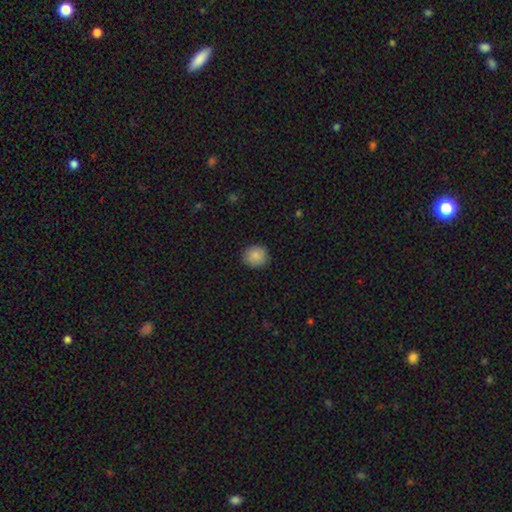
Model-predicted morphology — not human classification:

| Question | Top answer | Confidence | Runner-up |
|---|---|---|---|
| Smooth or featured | smooth | 88% | star or artifact (8%) |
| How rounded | round | 86% | in between (13%) |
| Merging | none | 89% | minor disturbance (8%) |